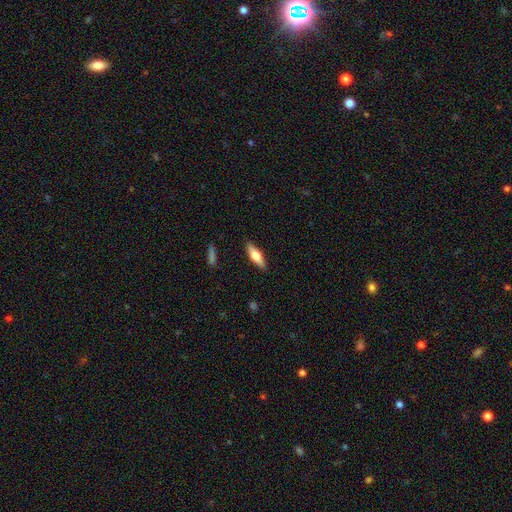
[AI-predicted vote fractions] Morphology: type=smooth (58%); roundness=cigar-shaped (50%); merging=none (88%).